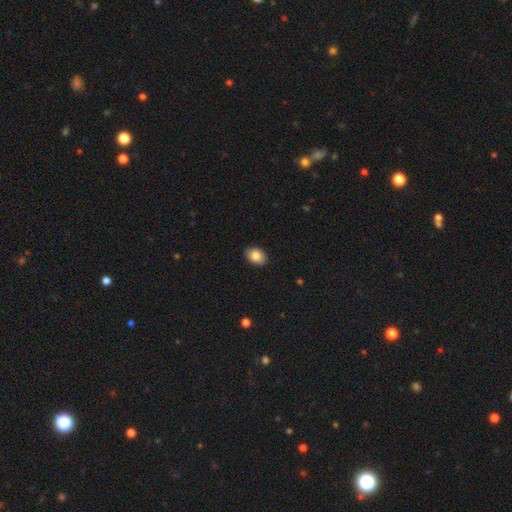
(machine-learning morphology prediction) The model was most divided on "how rounded": in between: 81%, round: 18%, cigar-shaped: 1%. More confident: merging — none (88%); smooth or featured — smooth (86%).